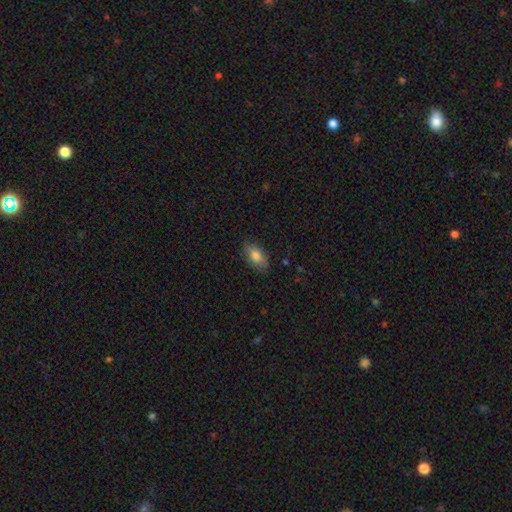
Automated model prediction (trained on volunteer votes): Smooth or featured?
  - smooth: 81% *
  - featured or disk: 12%
  - star or artifact: 7%
How rounded?
  - in between: 90% *
  - round: 6%
  - cigar-shaped: 4%
Merging?
  - none: 83% *
  - minor disturbance: 14%
  - major disturbance: 3%
  - merger: 1%